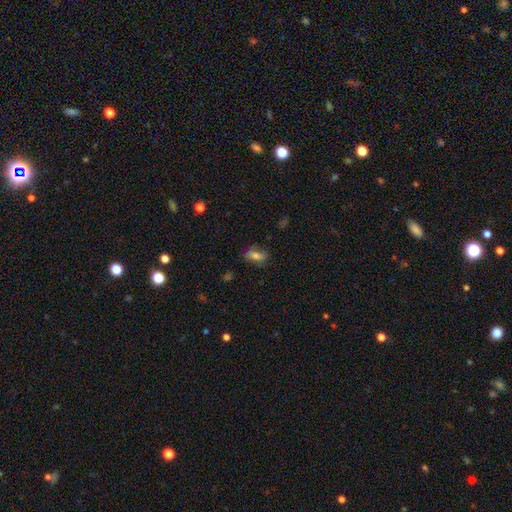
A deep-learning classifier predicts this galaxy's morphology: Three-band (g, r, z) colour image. It shows a smooth galaxy with no disk features (70%) that is in between round and cigar-shaped (78%). Merging: none (77%).